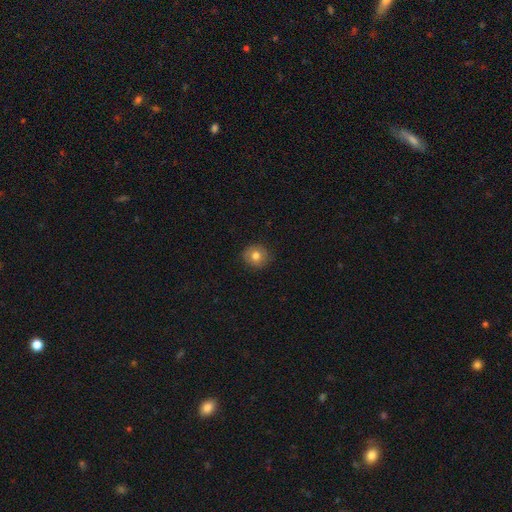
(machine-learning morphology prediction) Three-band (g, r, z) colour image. It shows a smooth galaxy with no disk features (77%) that is round (87%). Merging: none (86%).